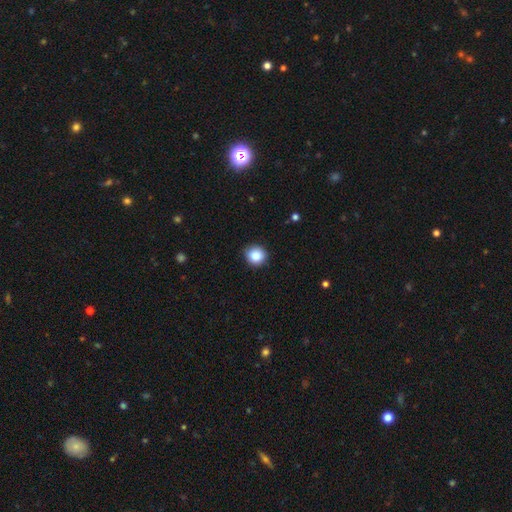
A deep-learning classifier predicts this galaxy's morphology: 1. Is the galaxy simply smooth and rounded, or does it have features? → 85% smooth, 10% star or artifact, 5% featured or disk.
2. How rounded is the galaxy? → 90% round, 9% in between, 1% cigar-shaped.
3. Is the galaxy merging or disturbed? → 90% none, 7% minor disturbance, 2% major disturbance, 1% merger.